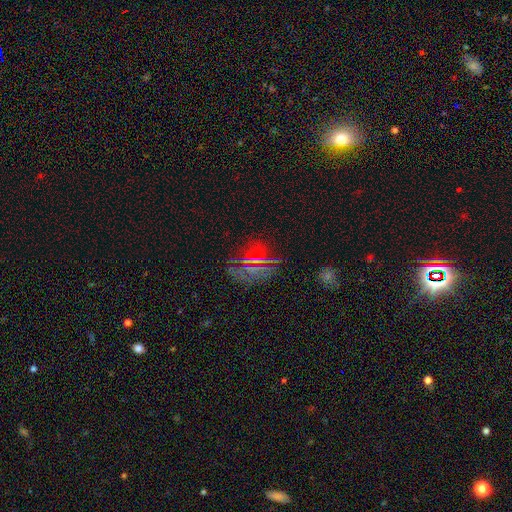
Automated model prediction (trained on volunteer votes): star or artifact 53%, smooth 33%, featured or disk 14%.